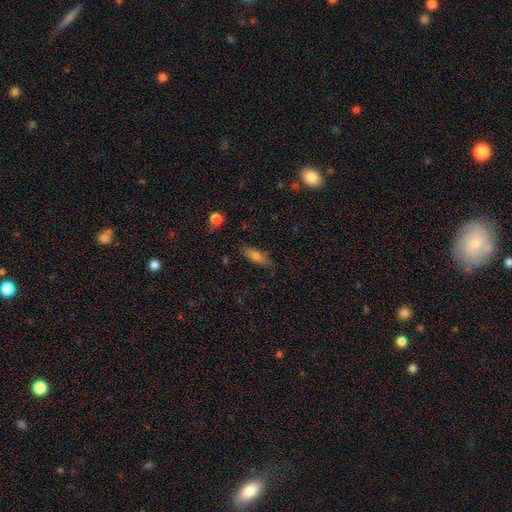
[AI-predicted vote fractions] Smooth or featured? smooth (74%)
How rounded? in between (53%)
Merging? none (79%)